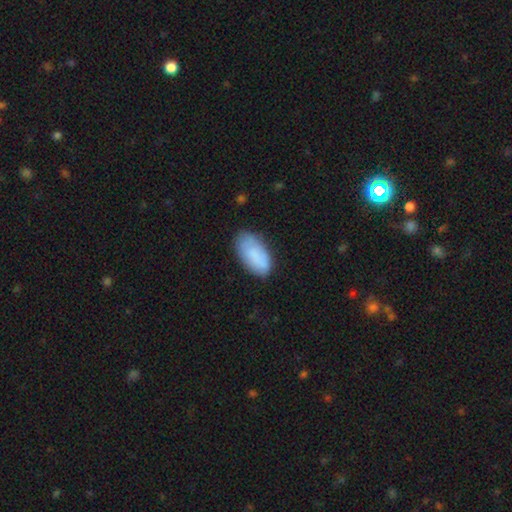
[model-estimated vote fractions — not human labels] Morphology: type=smooth (81%); roundness=in between (95%); merging=none (72%).